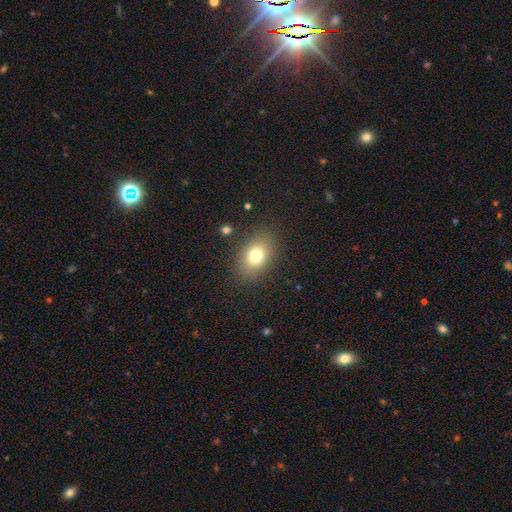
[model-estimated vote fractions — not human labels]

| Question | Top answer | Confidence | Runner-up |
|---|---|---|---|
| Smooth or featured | smooth | 77% | featured or disk (12%) |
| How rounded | in between | 77% | round (22%) |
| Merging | none | 84% | minor disturbance (10%) |